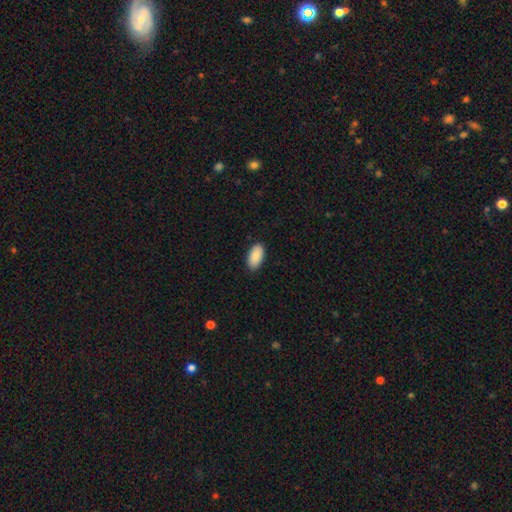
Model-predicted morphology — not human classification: This is clearly a smooth galaxy (89%). How rounded: clearly in between (95%). Merging: clearly none (88%).